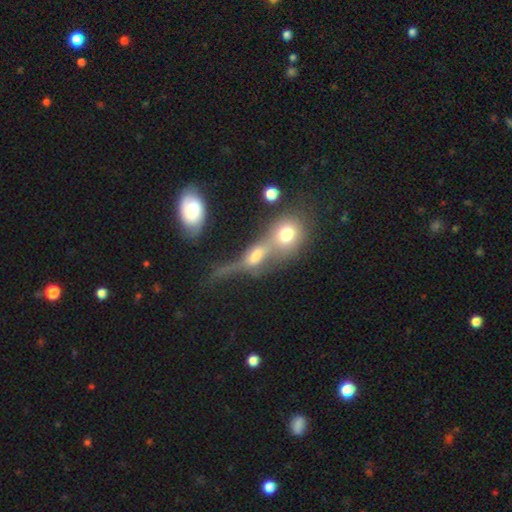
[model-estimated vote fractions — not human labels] Q: Smooth or featured?
A: smooth (44%); runner-up: featured or disk (39%)
Q: Merging?
A: merger (58%); runner-up: none (21%)